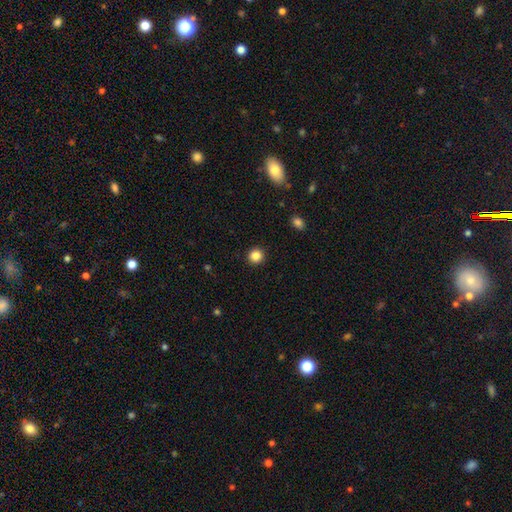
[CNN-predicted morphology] smooth_or_featured: smooth (p=0.85) [alt: star or artifact p=0.11]
how_rounded: round (p=0.94) [alt: in between p=0.05]
merging: none (p=0.93) [alt: minor disturbance p=0.04]